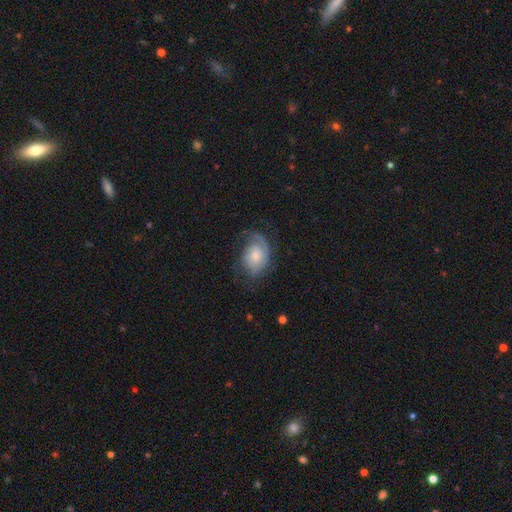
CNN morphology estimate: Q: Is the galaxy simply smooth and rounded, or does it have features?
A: featured or disk — 65%.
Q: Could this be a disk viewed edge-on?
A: no — 97%.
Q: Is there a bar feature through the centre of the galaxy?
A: no — 71%.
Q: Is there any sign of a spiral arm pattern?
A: yes — 90%.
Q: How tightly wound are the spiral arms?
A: tight — 50%.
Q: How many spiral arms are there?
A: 1 — 41%.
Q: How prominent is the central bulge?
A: moderate — 41%.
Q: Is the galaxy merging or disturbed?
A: none — 58%.